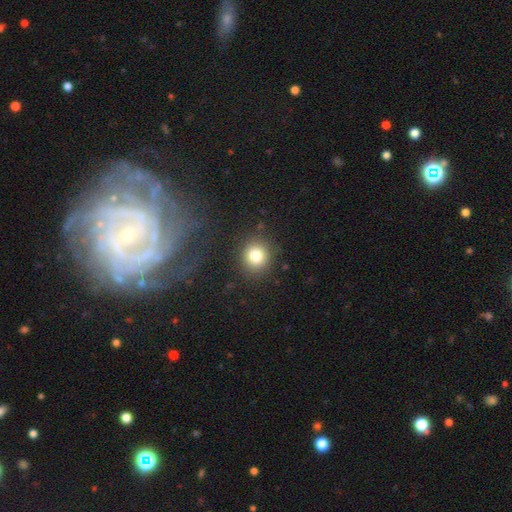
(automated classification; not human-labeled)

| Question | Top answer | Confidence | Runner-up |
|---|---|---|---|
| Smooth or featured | smooth | 81% | star or artifact (12%) |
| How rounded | round | 84% | in between (15%) |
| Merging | none | 87% | minor disturbance (8%) |